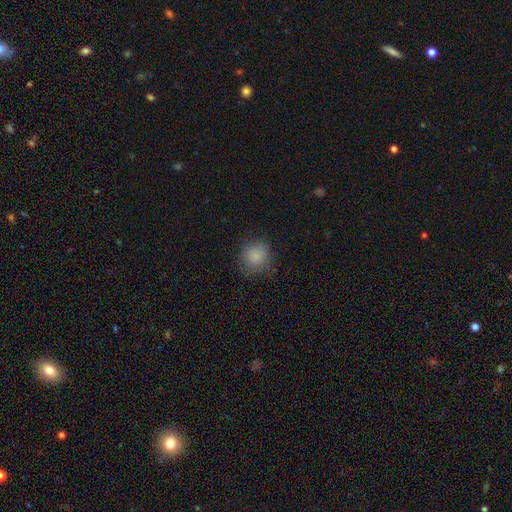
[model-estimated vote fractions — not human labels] Overall: smooth (84%). How rounded: round (88%). Merging: none (78%).